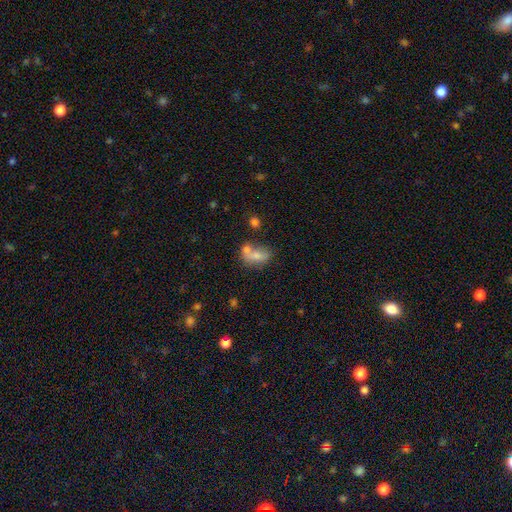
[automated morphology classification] type=smooth (68%); roundness=in between (77%); merging=merger (48%).